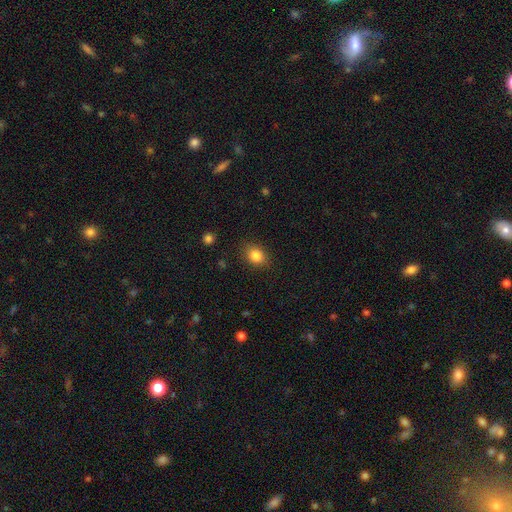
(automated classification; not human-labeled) A smooth galaxy with no disk features (85%) that is in between round and cigar-shaped (60%). Merging: none (85%).